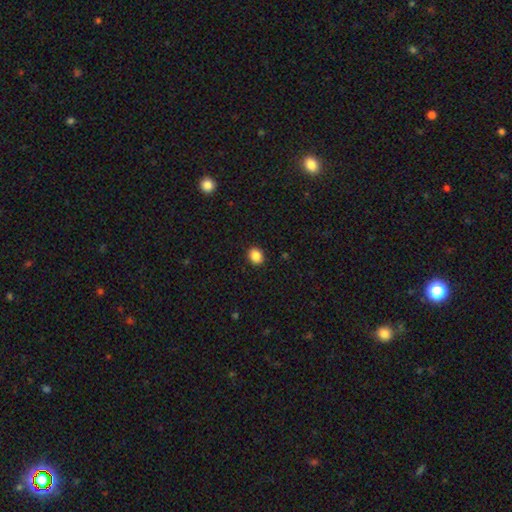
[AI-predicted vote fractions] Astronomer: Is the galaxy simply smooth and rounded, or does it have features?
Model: smooth — 87%.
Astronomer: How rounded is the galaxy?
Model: round — 59% (runner-up: in between, 40%).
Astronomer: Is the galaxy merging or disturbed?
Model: none — 90%.